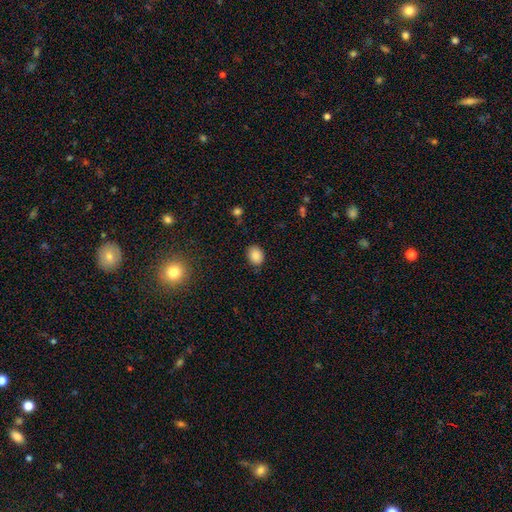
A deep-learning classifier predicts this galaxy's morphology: Smooth or featured: smooth — 87% (star or artifact — 9%)
How rounded: in between — 60% (round — 39%)
Merging: none — 83% (minor disturbance — 13%)